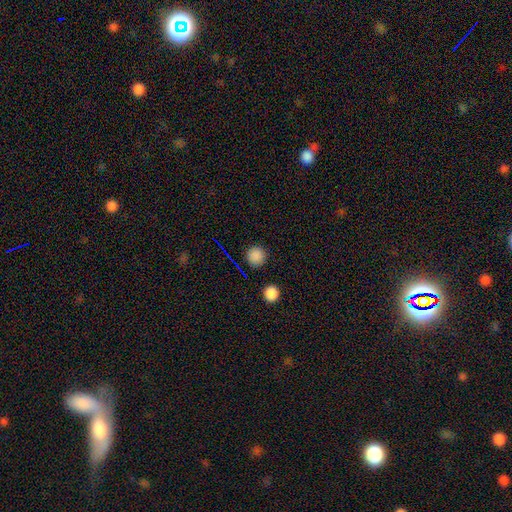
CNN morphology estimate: smooth-or-featured: smooth: 82% | star or artifact: 14% | featured or disk: 4%
  how-rounded: round: 94% | in between: 5% | cigar-shaped: 1%
  merging: none: 89% | minor disturbance: 7% | major disturbance: 2% | merger: 2%